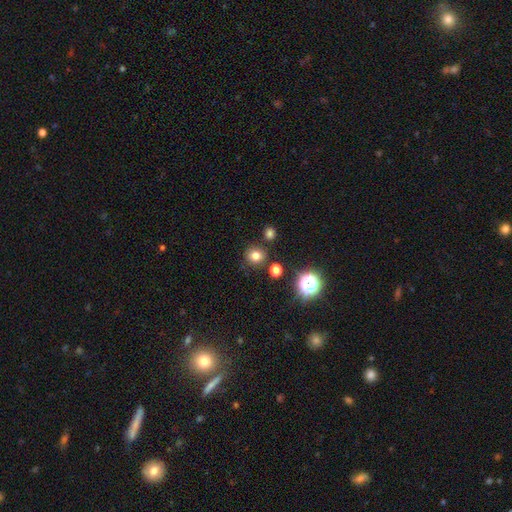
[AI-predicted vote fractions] Smooth or featured? Predicted: smooth (p=0.76). How rounded? Predicted: round (p=0.86). Merging? Predicted: none (p=0.82).